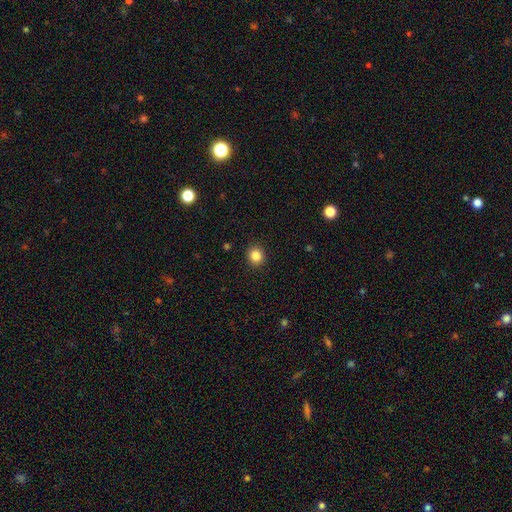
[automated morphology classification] This appears to be a smooth galaxy with no disk features (85%) that is round (88%). Merging: none (92%).